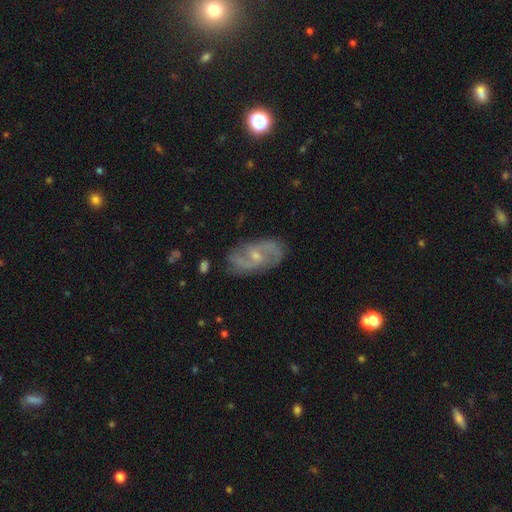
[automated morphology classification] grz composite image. It shows a featured or disk galaxy (81%) with a weak bar (47%), 2 (82%) medium (48%) spiral arms (93%) and a small central bulge (66%). Merging: none (82%).